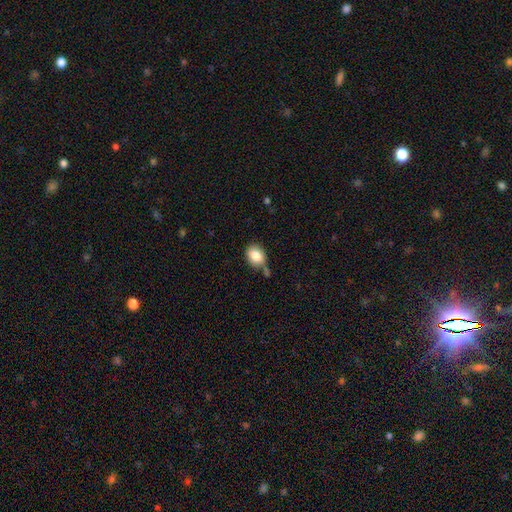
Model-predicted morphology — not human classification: Overall: smooth (84%). How rounded: round (50%; in between 49%). Merging: none (61%; minor disturbance 21%).